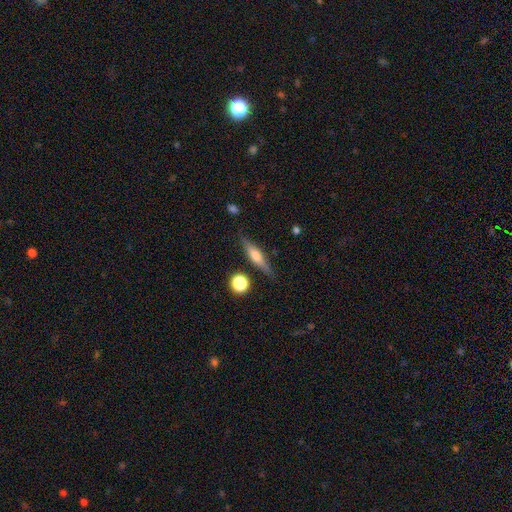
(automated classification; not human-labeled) smooth_or_featured: featured or disk (p=0.49) [alt: smooth p=0.43]
merging: none (p=0.83) [alt: minor disturbance p=0.12]